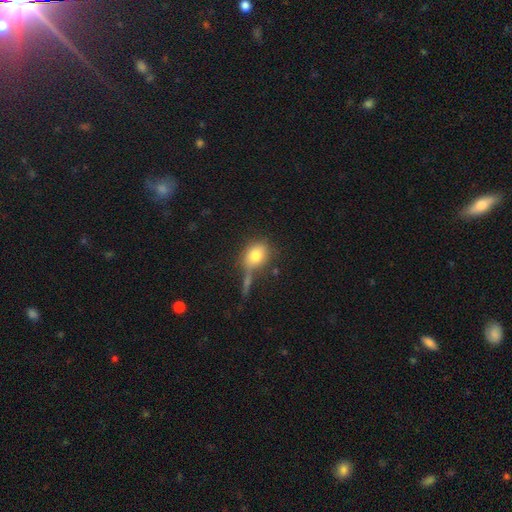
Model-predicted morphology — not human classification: Smooth or featured? smooth (78%)
How rounded? in between (55%)
Merging? none (51%)